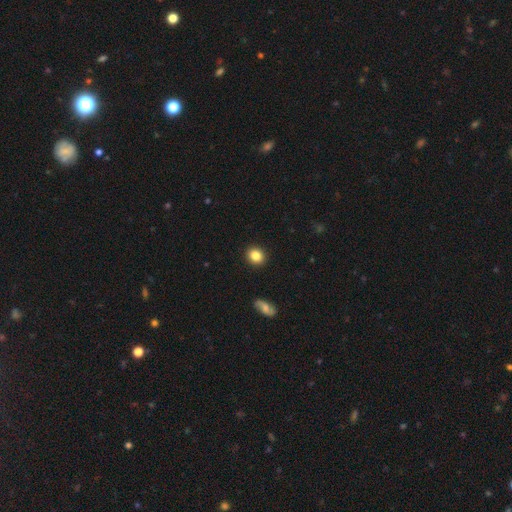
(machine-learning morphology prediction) Q: Smooth or featured?
A: smooth (84%); runner-up: star or artifact (9%)
Q: How rounded?
A: round (74%); runner-up: in between (25%)
Q: Merging?
A: none (91%); runner-up: minor disturbance (6%)